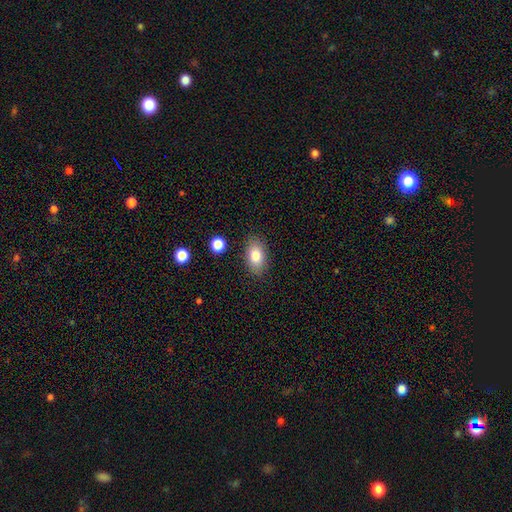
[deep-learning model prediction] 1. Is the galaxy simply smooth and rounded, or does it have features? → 80% smooth, 12% featured or disk, 8% star or artifact.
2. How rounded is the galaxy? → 89% in between, 9% round, 2% cigar-shaped.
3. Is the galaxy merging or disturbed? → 86% none, 10% minor disturbance, 3% major disturbance, 2% merger.